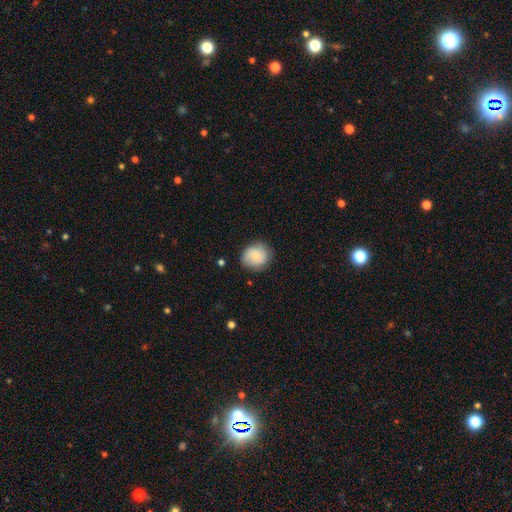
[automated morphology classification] smooth-or-featured: smooth: 74% | featured or disk: 19% | star or artifact: 8%
  how-rounded: round: 75% | in between: 24% | cigar-shaped: 1%
  merging: none: 77% | minor disturbance: 17% | major disturbance: 4% | merger: 1%